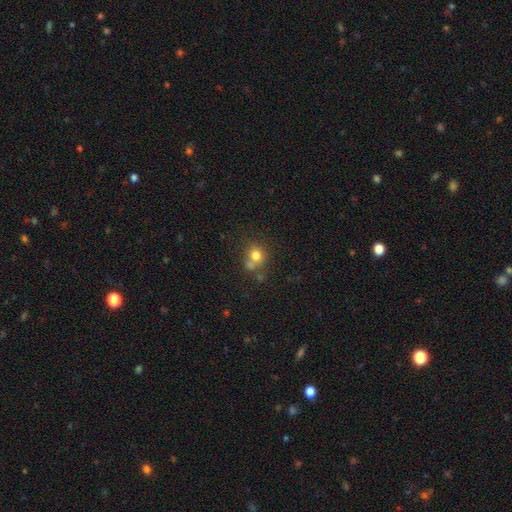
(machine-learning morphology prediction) This is likely a smooth galaxy (75%). How rounded: likely round (74%). Merging: possibly none (49%).